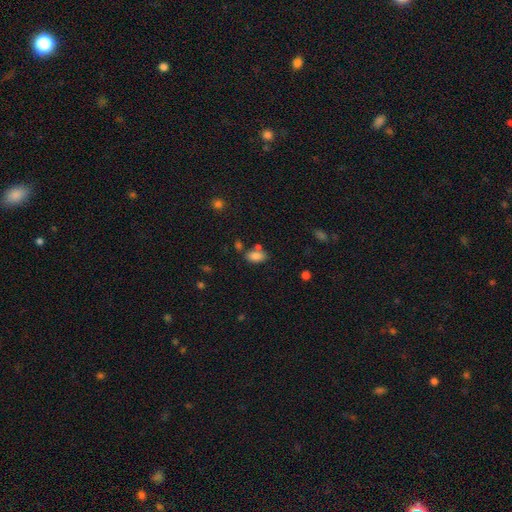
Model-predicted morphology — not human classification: A smooth galaxy with no disk features (84%) that is in between round and cigar-shaped (90%). Merging: none (61%).